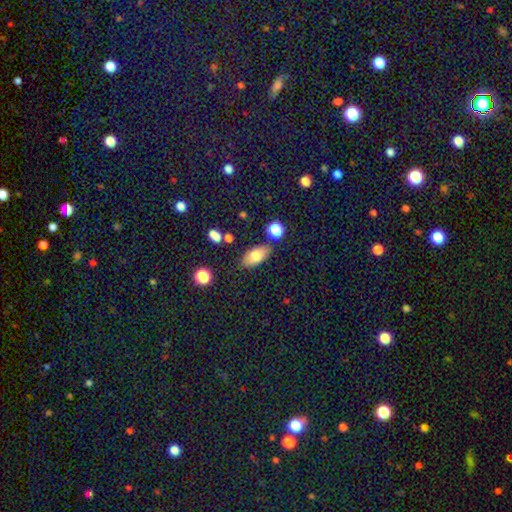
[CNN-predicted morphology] smooth 77%, featured or disk 14%, star or artifact 9%. Down the decision tree: how rounded — in between (88%); merging — none (80%).